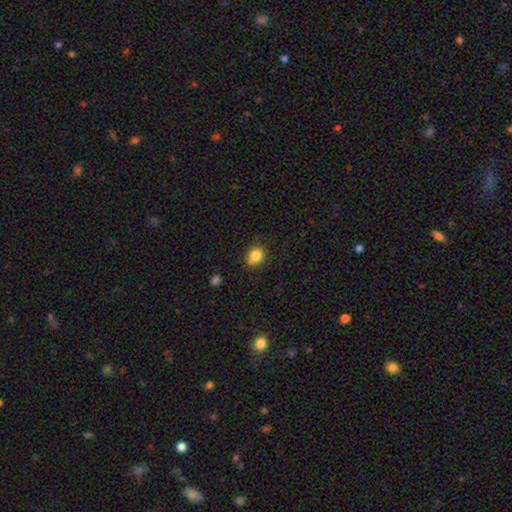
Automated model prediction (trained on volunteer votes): A smooth galaxy with no disk features (82%) that is round (74%).

Vote fractions:
- Smooth or featured? smooth: 82% / star or artifact: 11% / featured or disk: 7%
- How rounded? round: 74% / in between: 25% / cigar-shaped: 1%
- Merging? none: 75% / minor disturbance: 18% / merger: 4% / major disturbance: 3%